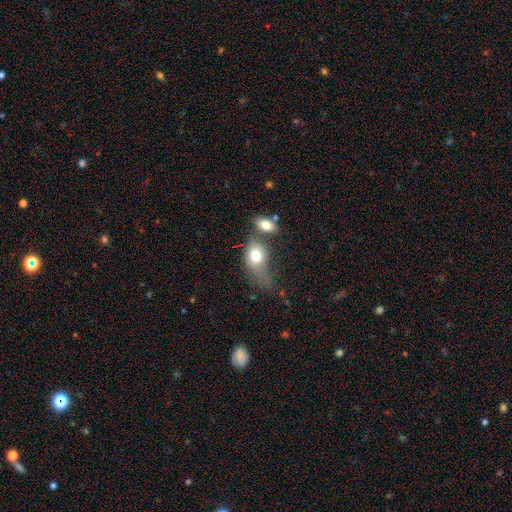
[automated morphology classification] smooth_or_featured: smooth (p=0.75) [alt: featured or disk p=0.17]
how_rounded: in between (p=0.80) [alt: round p=0.17]
merging: merger (p=0.30) [alt: major disturbance p=0.27]